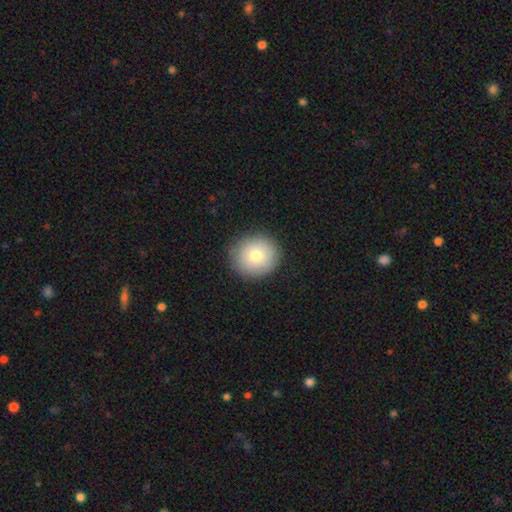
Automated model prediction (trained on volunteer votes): A smooth galaxy with no disk features (76%) that is round (89%).

Vote fractions:
- Smooth or featured? smooth: 76% / featured or disk: 15% / star or artifact: 9%
- How rounded? round: 89% / in between: 10% / cigar-shaped: 1%
- Merging? none: 87% / minor disturbance: 9% / major disturbance: 3% / merger: 1%